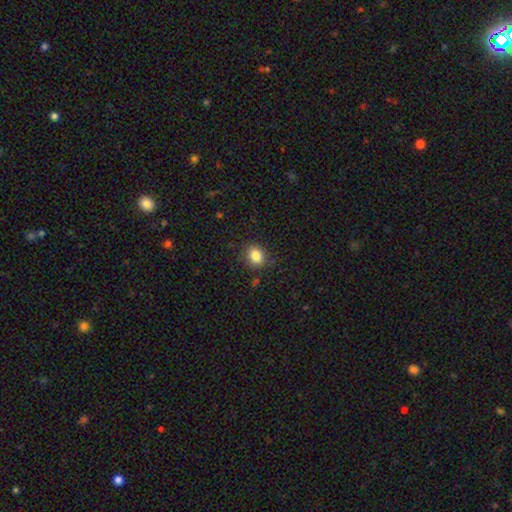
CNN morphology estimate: smooth 84%, star or artifact 10%, featured or disk 5%. Down the decision tree: how rounded — round (60%); merging — none (85%).